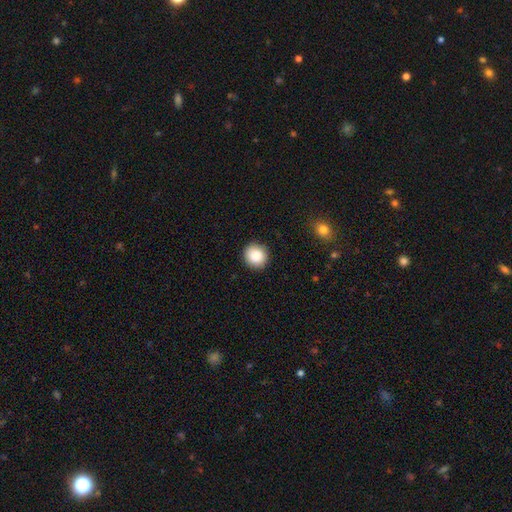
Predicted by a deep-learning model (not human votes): Smooth or featured?
  - smooth: 87% *
  - star or artifact: 9%
  - featured or disk: 4%
How rounded?
  - round: 88% *
  - in between: 11%
  - cigar-shaped: 1%
Merging?
  - none: 90% *
  - minor disturbance: 7%
  - major disturbance: 2%
  - merger: 1%